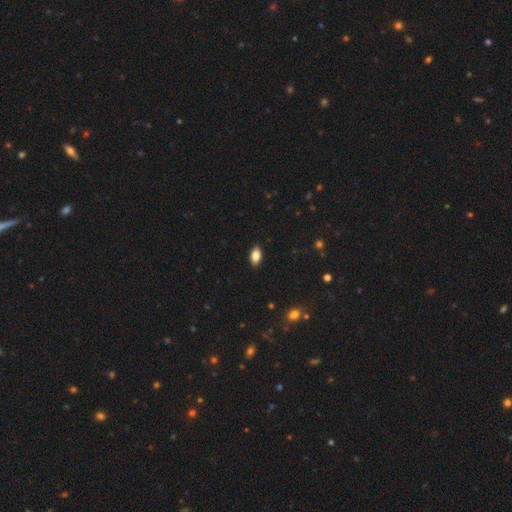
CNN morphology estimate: smooth 85%, star or artifact 8%, featured or disk 7%. Down the decision tree: how rounded — in between (92%); merging — none (89%).